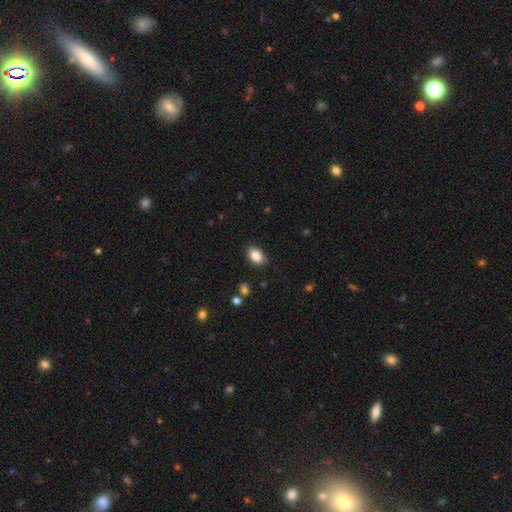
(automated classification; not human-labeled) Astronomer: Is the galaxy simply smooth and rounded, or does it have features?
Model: smooth — 86%.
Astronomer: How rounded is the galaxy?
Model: in between — 84%.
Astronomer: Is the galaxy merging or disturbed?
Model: none — 86%.